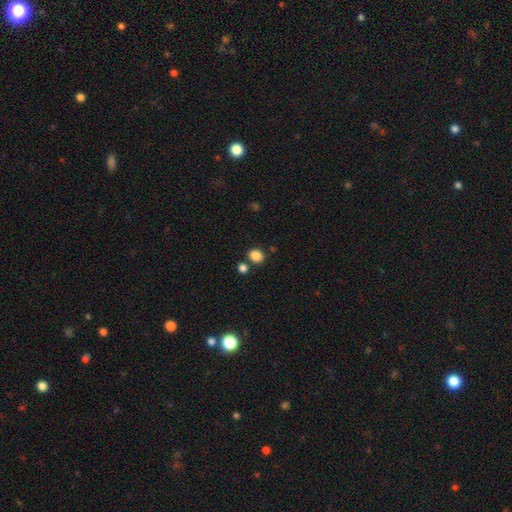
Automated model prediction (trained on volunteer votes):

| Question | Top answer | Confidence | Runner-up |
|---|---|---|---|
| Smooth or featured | smooth | 86% | star or artifact (11%) |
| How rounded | round | 53% | in between (46%) |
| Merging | none | 76% | merger (11%) |